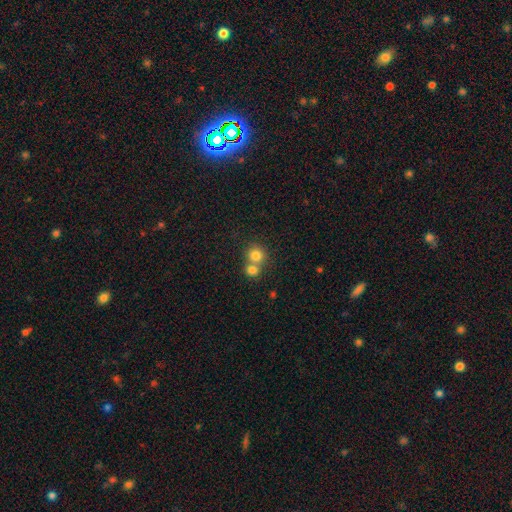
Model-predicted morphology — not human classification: Q: Smooth or featured?
A: smooth (80%); runner-up: star or artifact (11%)
Q: How rounded?
A: round (87%); runner-up: in between (13%)
Q: Merging?
A: merger (48%); runner-up: none (44%)